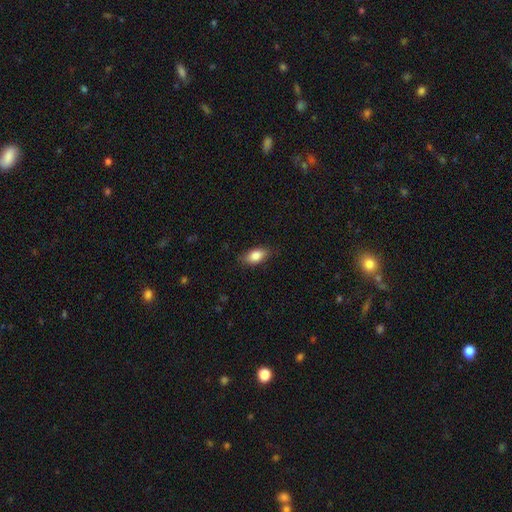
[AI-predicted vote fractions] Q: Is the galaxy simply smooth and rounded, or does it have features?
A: smooth — 85%.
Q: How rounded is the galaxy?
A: in between — 89%.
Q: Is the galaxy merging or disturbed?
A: none — 83%.